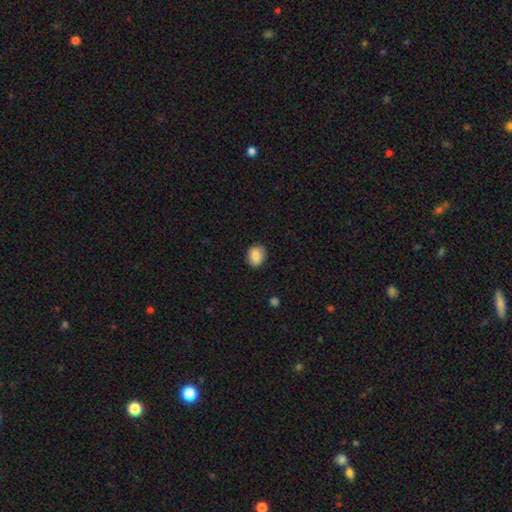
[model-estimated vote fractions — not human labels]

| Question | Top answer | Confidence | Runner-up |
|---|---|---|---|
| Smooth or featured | smooth | 86% | star or artifact (8%) |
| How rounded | in between | 50% | round (49%) |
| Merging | none | 84% | minor disturbance (12%) |